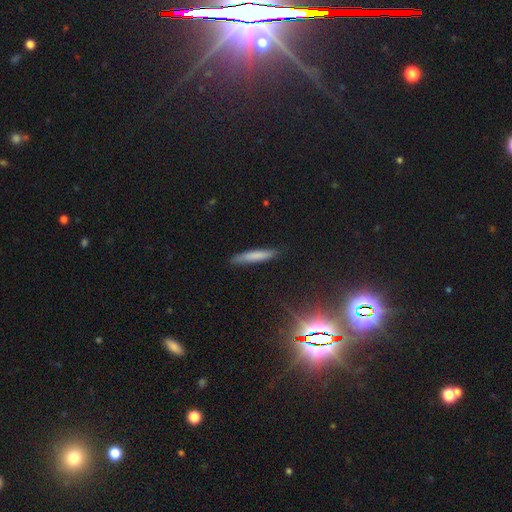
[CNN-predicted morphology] Smooth or featured? smooth (75%)
How rounded? cigar-shaped (90%)
Merging? none (85%)